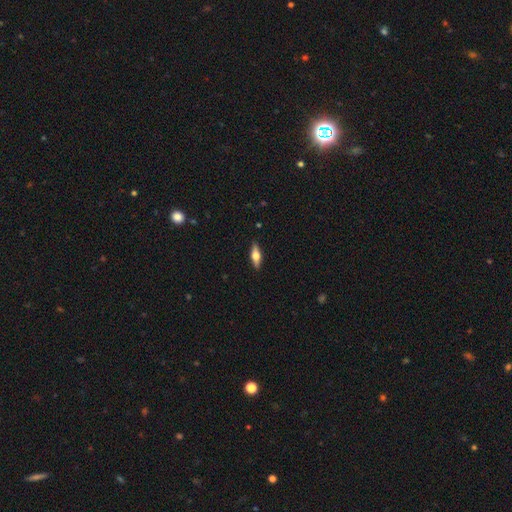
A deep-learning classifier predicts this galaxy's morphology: Smooth or featured? Predicted: featured or disk (p=0.50). Merging? Predicted: none (p=0.89).